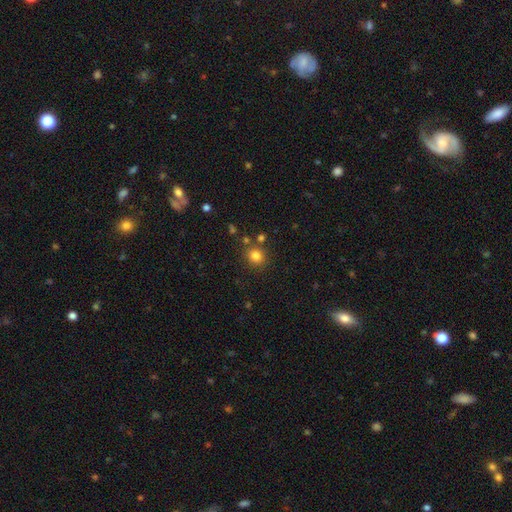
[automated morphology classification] The model was most divided on "how rounded": round: 81%, in between: 18%, cigar-shaped: 1%. More confident: smooth or featured — smooth (81%); merging — none (80%).